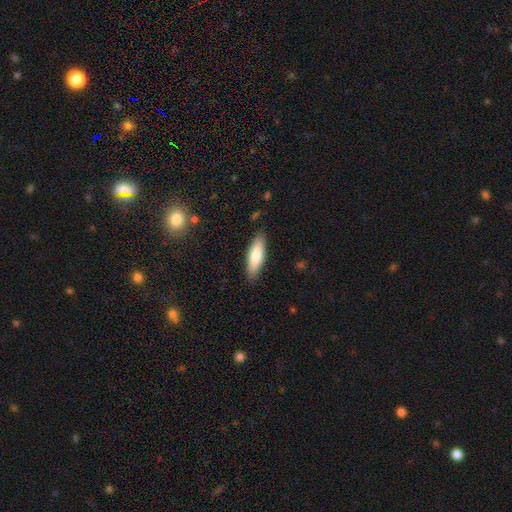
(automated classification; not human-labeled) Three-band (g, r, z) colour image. It shows a smooth galaxy with no disk features (75%) that is in between round and cigar-shaped (50%). Merging: none (88%).